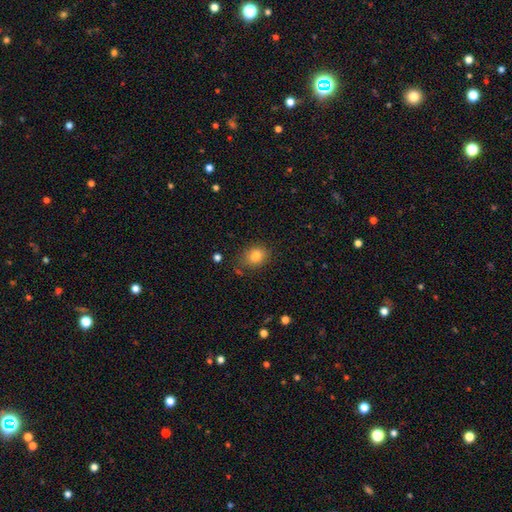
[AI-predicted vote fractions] A smooth galaxy with no disk features (81%) that is round (51%).

Vote fractions:
- Smooth or featured? smooth: 81% / star or artifact: 11% / featured or disk: 8%
- How rounded? round: 51% / in between: 48% / cigar-shaped: 1%
- Merging? none: 79% / minor disturbance: 15% / major disturbance: 4% / merger: 3%